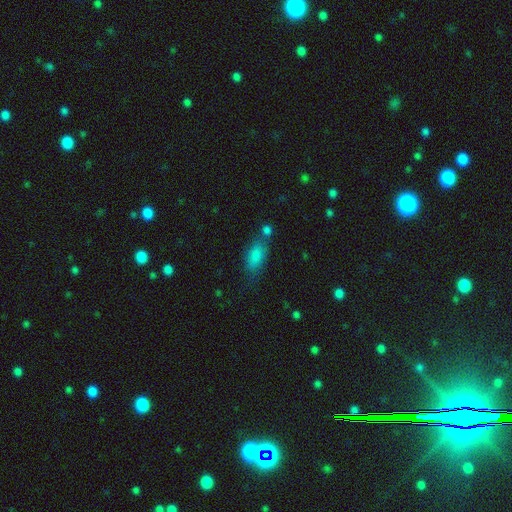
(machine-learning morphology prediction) Overall: smooth (83%). How rounded: in between (83%). Merging: none (57%; minor disturbance 20%).